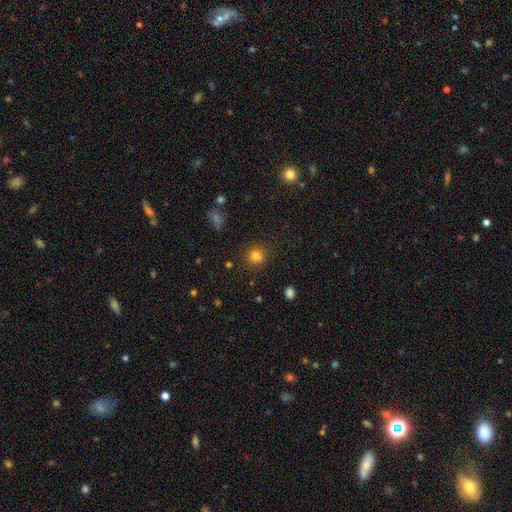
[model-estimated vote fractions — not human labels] A smooth galaxy with no disk features (72%) that is round (77%).

Vote fractions:
- Smooth or featured? smooth: 72% / star or artifact: 18% / featured or disk: 10%
- How rounded? round: 77% / in between: 22% / cigar-shaped: 1%
- Merging? none: 60% / merger: 21% / minor disturbance: 14% / major disturbance: 5%